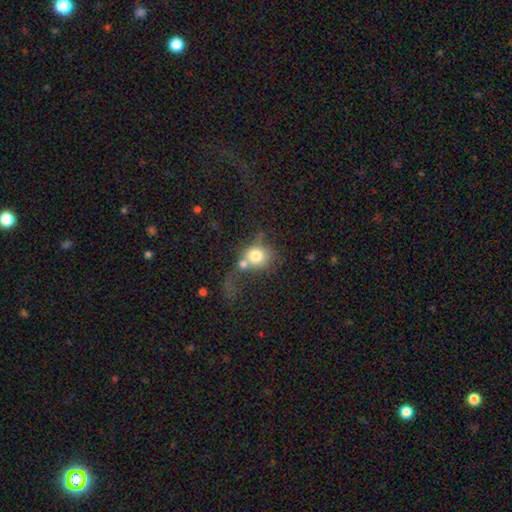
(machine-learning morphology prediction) This is likely a smooth galaxy (71%). How rounded: likely round (75%). Merging: marginally merger (45%).